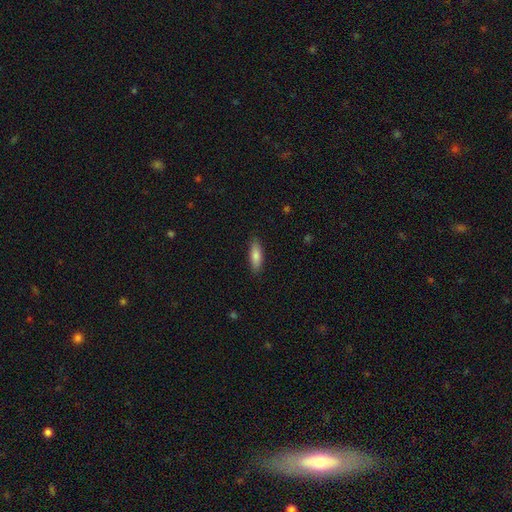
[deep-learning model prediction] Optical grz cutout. It shows a smooth galaxy with no disk features (81%) that is in between round and cigar-shaped (54%). Merging: none (87%).